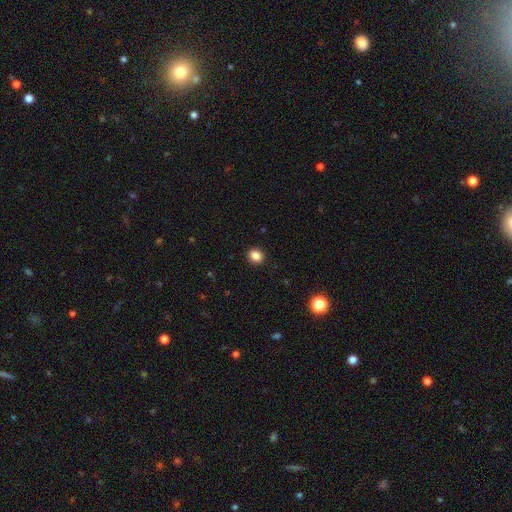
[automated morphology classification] Smooth or featured?
  - smooth: 86% *
  - star or artifact: 11%
  - featured or disk: 4%
How rounded?
  - round: 72% *
  - in between: 27%
  - cigar-shaped: 1%
Merging?
  - none: 91% *
  - minor disturbance: 6%
  - major disturbance: 2%
  - merger: 1%